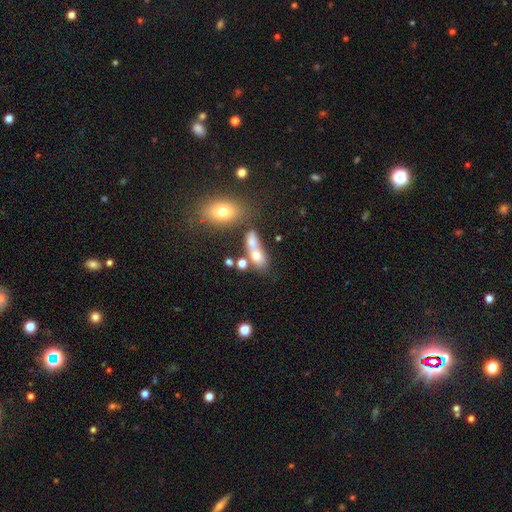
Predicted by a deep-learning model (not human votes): Smooth or featured?
  - smooth: 65% *
  - featured or disk: 22%
  - star or artifact: 13%
How rounded?
  - in between: 67% *
  - round: 19%
  - cigar-shaped: 14%
Merging?
  - merger: 52% *
  - none: 27%
  - minor disturbance: 11%
  - major disturbance: 9%